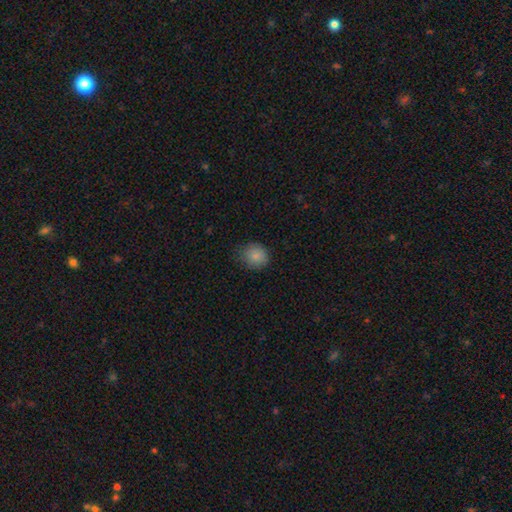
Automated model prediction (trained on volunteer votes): Smooth or featured? smooth (86%)
How rounded? round (79%)
Merging? none (75%)